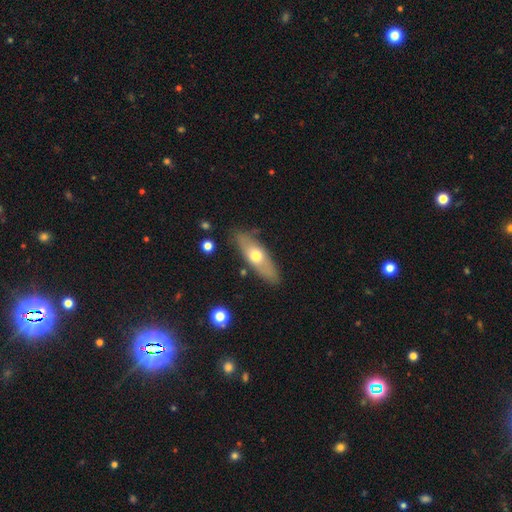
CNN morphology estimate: This appears to be a smooth galaxy with no disk features (52%) that is in between round and cigar-shaped (51%). Merging: none (82%).